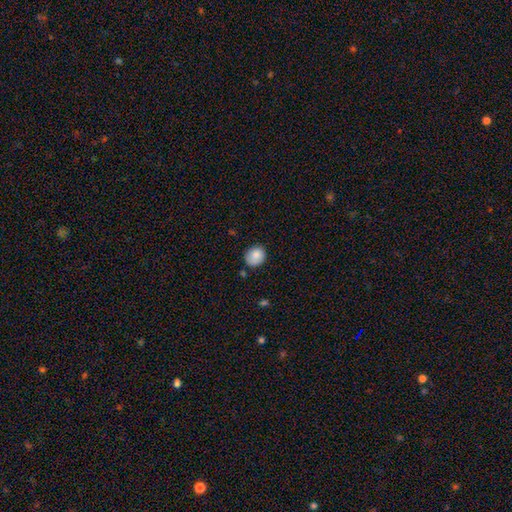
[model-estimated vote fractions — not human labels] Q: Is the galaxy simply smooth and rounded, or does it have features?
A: smooth — 85%.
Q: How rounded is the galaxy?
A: round — 69%.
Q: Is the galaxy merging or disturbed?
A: none — 75%.